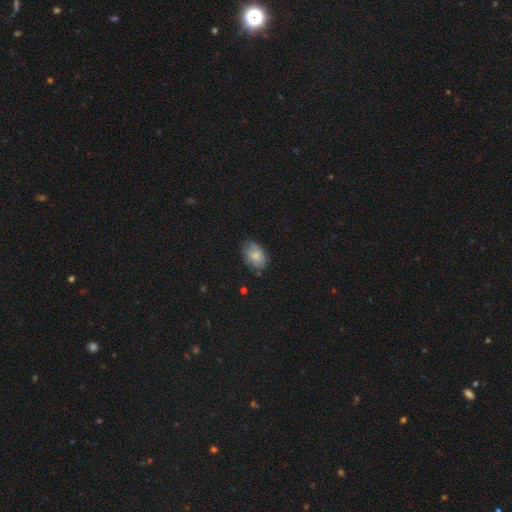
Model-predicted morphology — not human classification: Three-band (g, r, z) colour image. It shows a smooth galaxy with no disk features (74%) that is in between round and cigar-shaped (84%). Merging: none (65%).